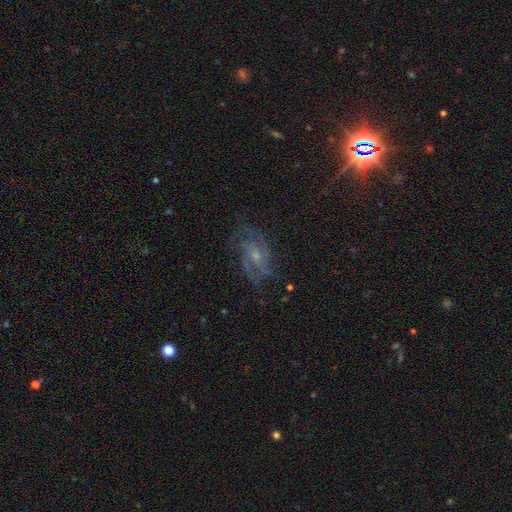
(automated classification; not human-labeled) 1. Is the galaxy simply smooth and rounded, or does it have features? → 76% featured or disk, 13% star or artifact, 11% smooth.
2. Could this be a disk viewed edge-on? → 96% no, 4% yes.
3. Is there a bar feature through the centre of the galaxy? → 51% no, 40% weak, 9% strong.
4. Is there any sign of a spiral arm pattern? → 93% yes, 7% no.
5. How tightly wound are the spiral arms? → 49% medium, 35% tight, 16% loose.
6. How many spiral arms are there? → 30% 2, 25% can't tell, 24% 3, 9% 4, 6% 1, 6% more than 4.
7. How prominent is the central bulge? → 63% small, 28% moderate, 6% none, 2% large, 1% dominant.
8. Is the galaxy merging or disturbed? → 70% none, 17% minor disturbance, 12% major disturbance, 2% merger.